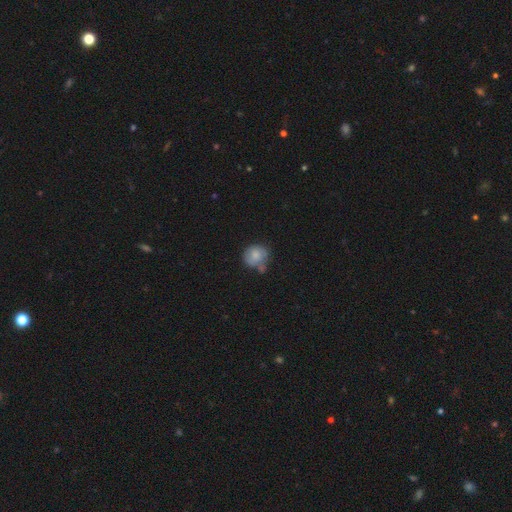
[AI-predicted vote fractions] smooth_or_featured: smooth (p=0.75) [alt: featured or disk p=0.17]
how_rounded: round (p=0.79) [alt: in between p=0.20]
merging: none (p=0.50) [alt: minor disturbance p=0.26]